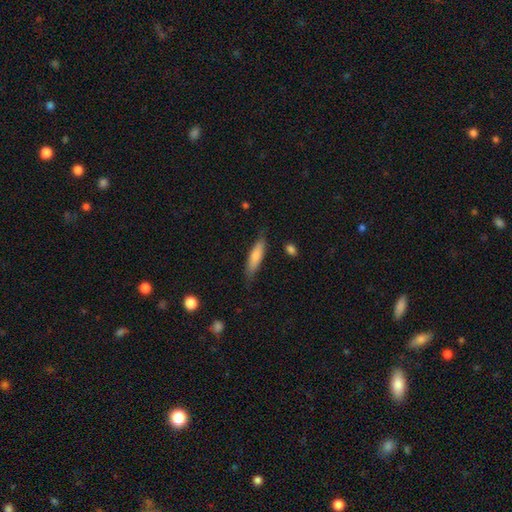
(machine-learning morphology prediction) type=smooth (78%); roundness=cigar-shaped (66%); merging=none (75%).